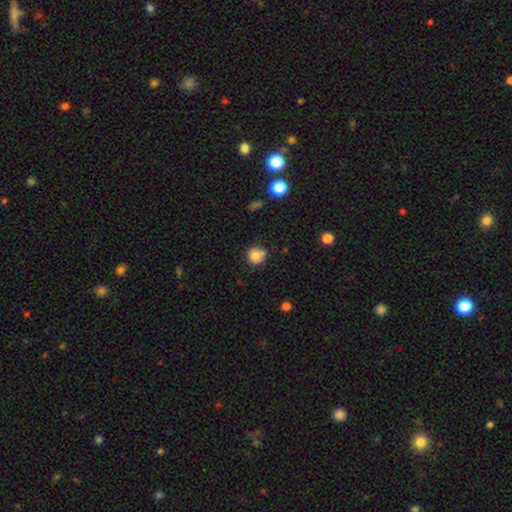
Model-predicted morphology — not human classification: Smooth or featured?
  - smooth: 80% *
  - star or artifact: 11%
  - featured or disk: 9%
How rounded?
  - round: 91% *
  - in between: 8%
  - cigar-shaped: 1%
Merging?
  - none: 72% *
  - minor disturbance: 15%
  - merger: 10%
  - major disturbance: 3%